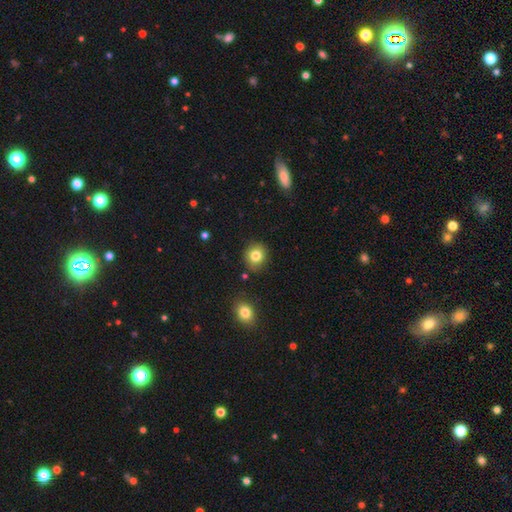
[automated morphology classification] smooth 82%, star or artifact 11%, featured or disk 8%. Down the decision tree: how rounded — round (82%); merging — none (85%).